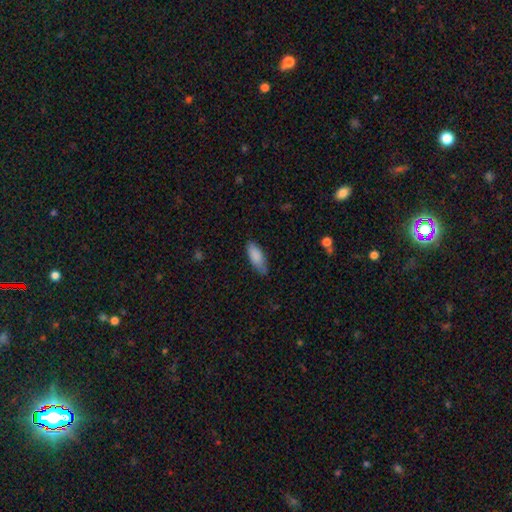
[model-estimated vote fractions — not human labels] smooth 87%, featured or disk 7%, star or artifact 6%. Down the decision tree: how rounded — in between (78%); merging — none (75%).